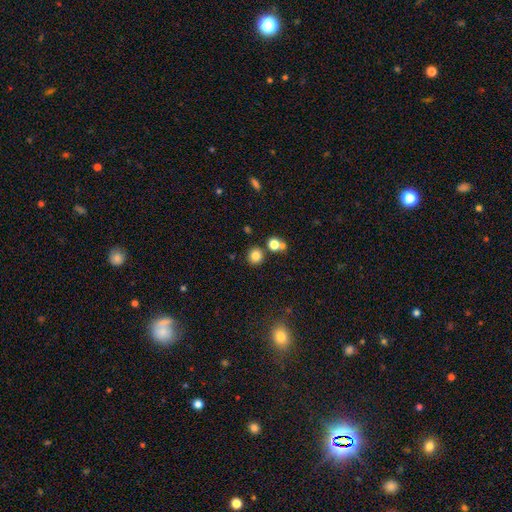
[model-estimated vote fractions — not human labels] A smooth galaxy with no disk features (81%) that is round (90%).

Vote fractions:
- Smooth or featured? smooth: 81% / star or artifact: 13% / featured or disk: 6%
- How rounded? round: 90% / in between: 9% / cigar-shaped: 1%
- Merging? none: 79% / merger: 11% / minor disturbance: 7% / major disturbance: 3%